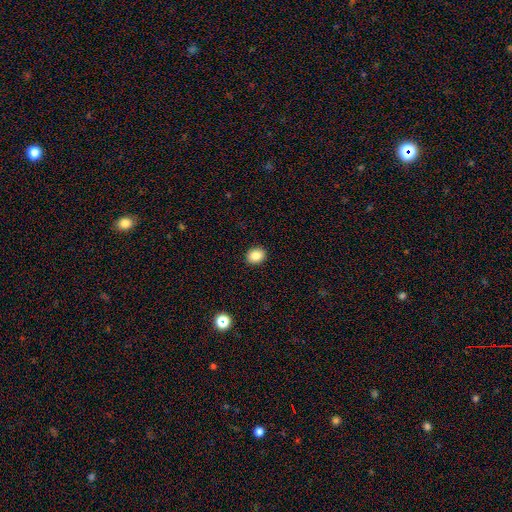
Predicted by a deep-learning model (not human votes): Overall: smooth (86%). How rounded: round (54%; in between 45%). Merging: none (91%).